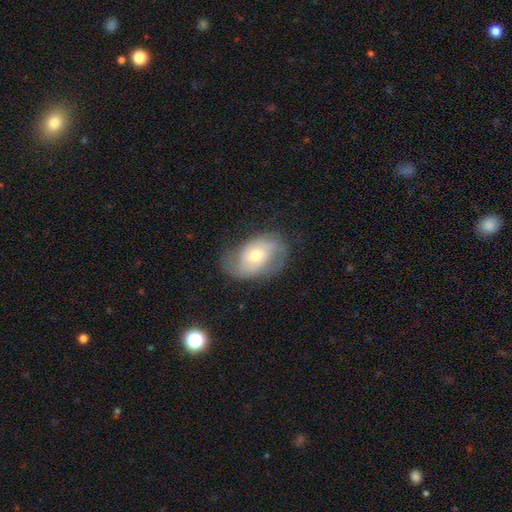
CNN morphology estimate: smooth-or-featured: featured or disk: 60% | smooth: 32% | star or artifact: 7%
  disk-edge-on: no: 95% | yes: 5%
    bar: no: 60% | weak: 31% | strong: 8%
    has-spiral-arms: yes: 81% | no: 19%
    bulge-size: moderate: 55% | small: 39% | large: 4% | none: 1% | dominant: 1%
  merging: none: 60% | minor disturbance: 26% | major disturbance: 12% | merger: 1%